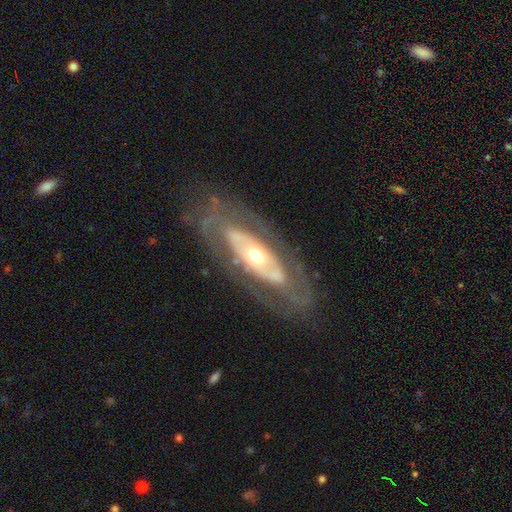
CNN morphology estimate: Smooth or featured? Predicted: featured or disk (p=0.80). Edge-on disk? Predicted: no (p=0.86). Bar? Predicted: no (p=0.74). Spiral arms? Predicted: yes (p=0.59). Bulge size? Predicted: moderate (p=0.66). Merging? Predicted: none (p=0.73).